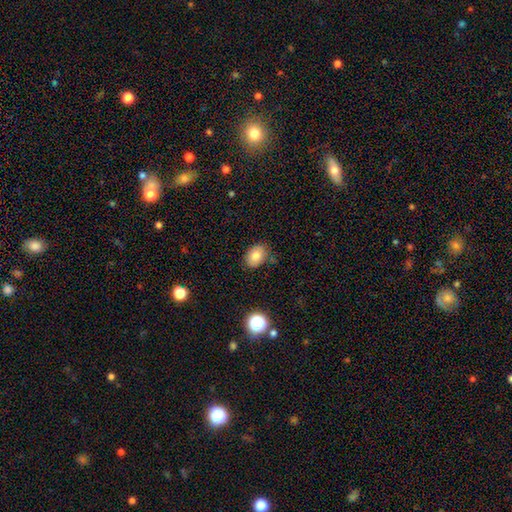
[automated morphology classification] smooth 80%, featured or disk 10%, star or artifact 10%. Down the decision tree: how rounded — in between (73%); merging — none (78%).